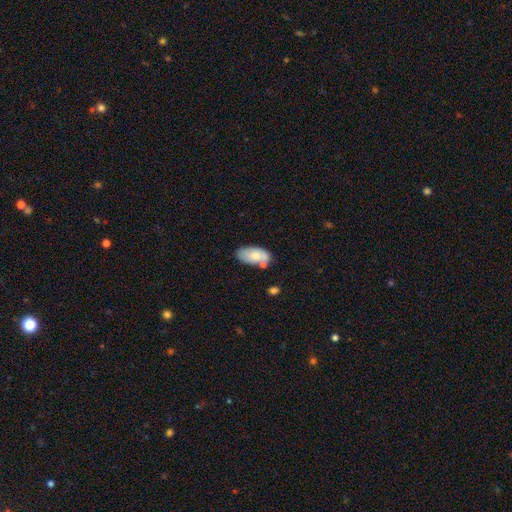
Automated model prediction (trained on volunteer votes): A smooth galaxy with no disk features (69%) that is in between round and cigar-shaped (94%).

Vote fractions:
- Smooth or featured? smooth: 69% / featured or disk: 24% / star or artifact: 6%
- How rounded? in between: 94% / round: 3% / cigar-shaped: 3%
- Merging? none: 59% / minor disturbance: 22% / merger: 14% / major disturbance: 5%